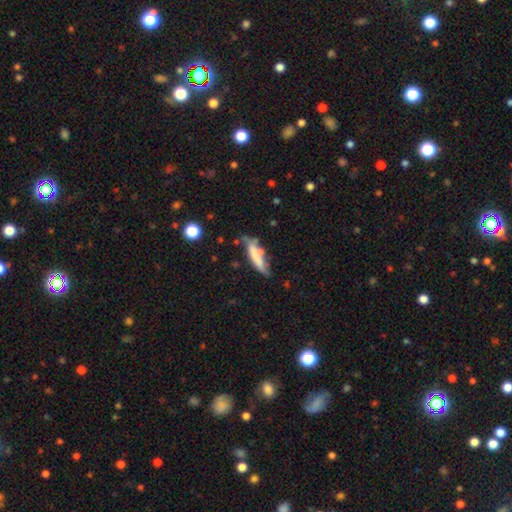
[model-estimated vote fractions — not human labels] Q: Smooth or featured?
A: smooth (66%); runner-up: featured or disk (27%)
Q: How rounded?
A: cigar-shaped (75%); runner-up: in between (24%)
Q: Merging?
A: none (50%); runner-up: minor disturbance (28%)